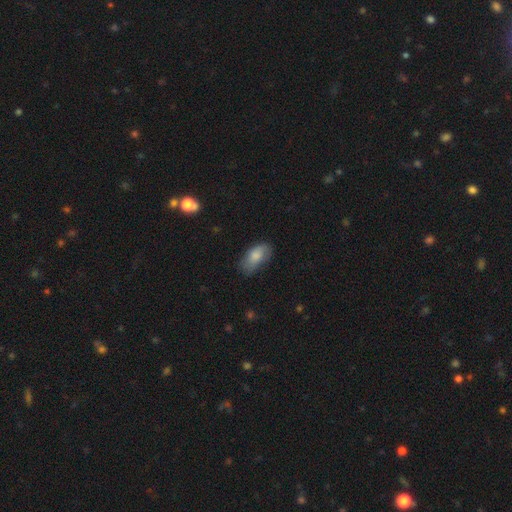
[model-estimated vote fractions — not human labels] smooth-or-featured: smooth: 80% | featured or disk: 13% | star or artifact: 7%
  how-rounded: in between: 92% | cigar-shaped: 5% | round: 3%
  merging: none: 62% | minor disturbance: 28% | major disturbance: 8% | merger: 2%